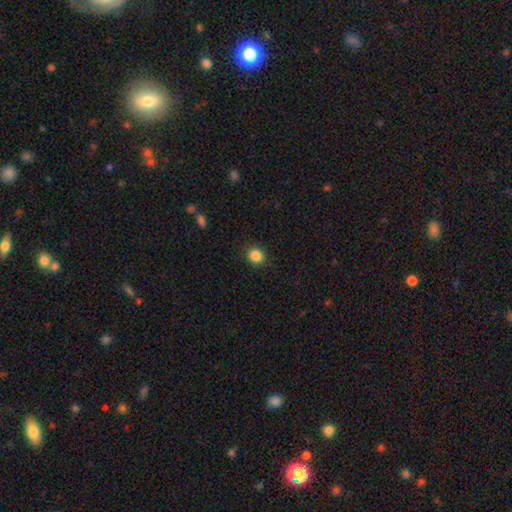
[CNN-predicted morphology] smooth-or-featured: smooth: 86% | star or artifact: 10% | featured or disk: 3%
  how-rounded: round: 78% | in between: 21% | cigar-shaped: 1%
  merging: none: 90% | minor disturbance: 7% | major disturbance: 2% | merger: 1%